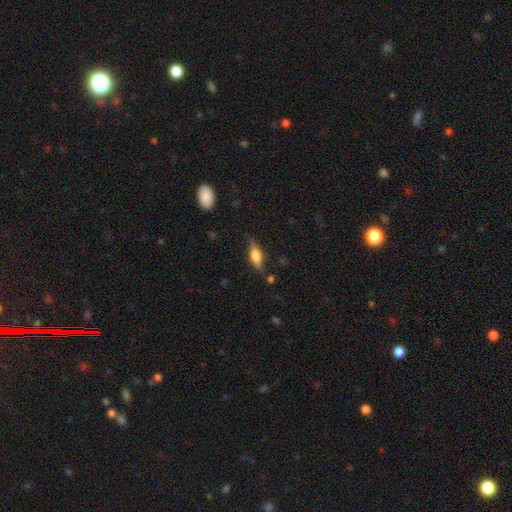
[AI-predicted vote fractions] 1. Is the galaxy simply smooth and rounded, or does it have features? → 47% smooth, 45% featured or disk, 7% star or artifact.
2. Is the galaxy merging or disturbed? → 74% none, 18% minor disturbance, 5% major disturbance, 3% merger.